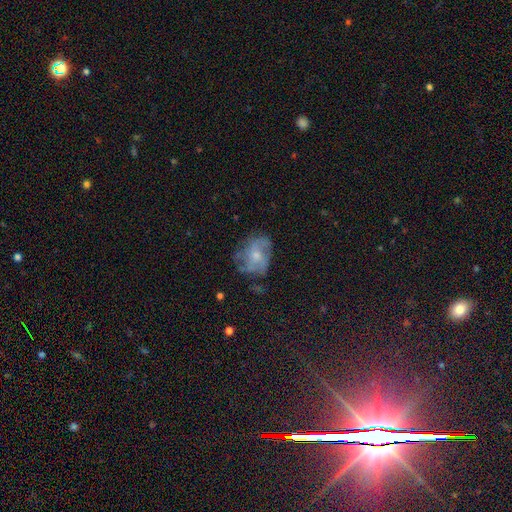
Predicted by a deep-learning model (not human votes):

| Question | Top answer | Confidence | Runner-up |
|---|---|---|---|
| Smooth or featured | featured or disk | 56% | smooth (34%) |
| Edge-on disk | no | 97% | yes (3%) |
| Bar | no | 78% | weak (19%) |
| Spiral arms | yes | 56% | no (44%) |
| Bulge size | small | 47% | moderate (42%) |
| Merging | none | 55% | minor disturbance (24%) |